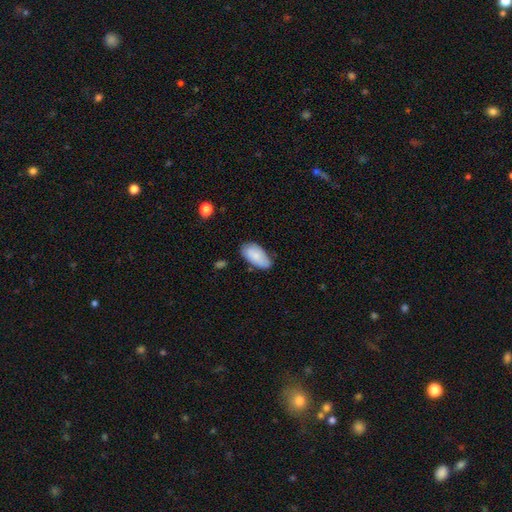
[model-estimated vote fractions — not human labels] Smooth or featured? Predicted: smooth (p=0.84). How rounded? Predicted: in between (p=0.94). Merging? Predicted: none (p=0.67).